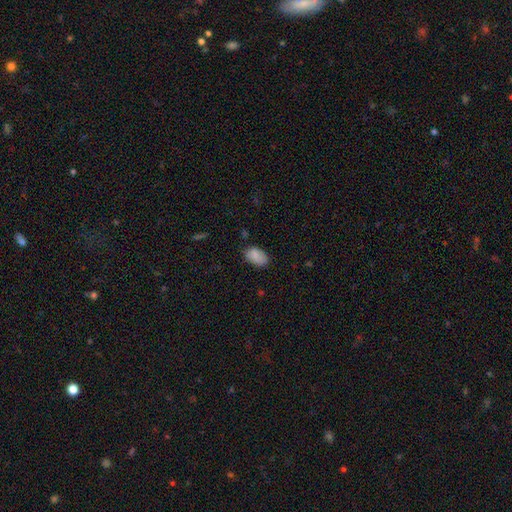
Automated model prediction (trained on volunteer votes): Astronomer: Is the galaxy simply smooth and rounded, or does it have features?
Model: smooth — 86%.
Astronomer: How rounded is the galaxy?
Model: in between — 92%.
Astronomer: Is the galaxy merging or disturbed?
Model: none — 72%.